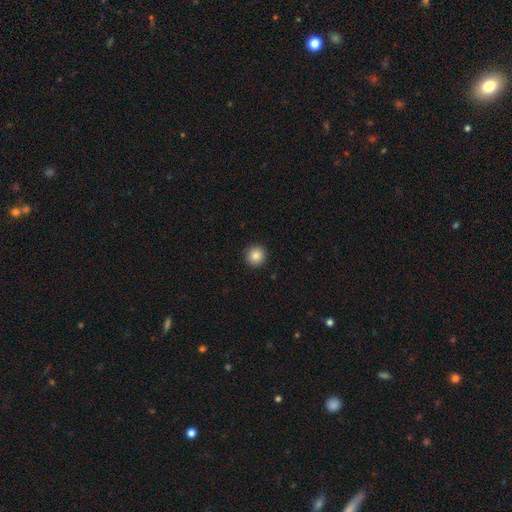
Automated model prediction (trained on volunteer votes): Smooth or featured?
  - smooth: 85% *
  - star or artifact: 9%
  - featured or disk: 5%
How rounded?
  - round: 96% *
  - in between: 3%
  - cigar-shaped: 1%
Merging?
  - none: 93% *
  - minor disturbance: 5%
  - major disturbance: 2%
  - merger: 1%